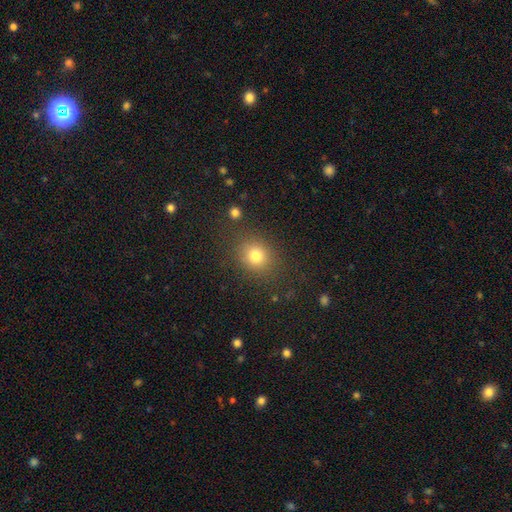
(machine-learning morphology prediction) This appears to be a smooth galaxy with no disk features (79%) that is round (72%). Merging: none (82%).